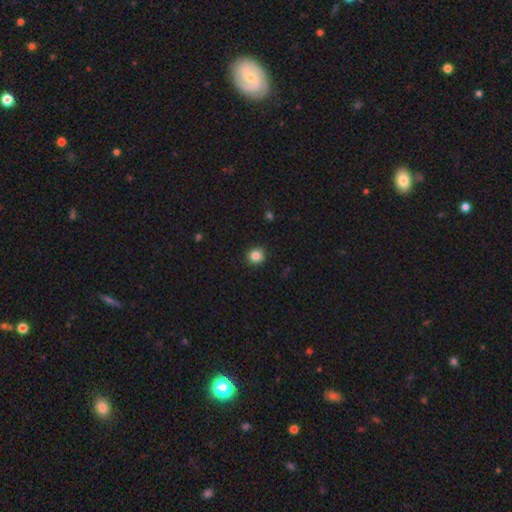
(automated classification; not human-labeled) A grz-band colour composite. It shows a smooth galaxy with no disk features (84%) that is round (90%). Merging: none (91%).